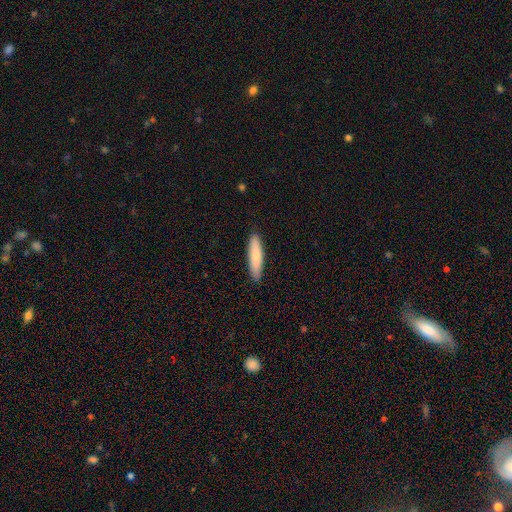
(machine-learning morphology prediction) Smooth or featured: smooth — 82% (featured or disk — 12%)
How rounded: cigar-shaped — 81% (in between — 18%)
Merging: none — 88% (minor disturbance — 9%)